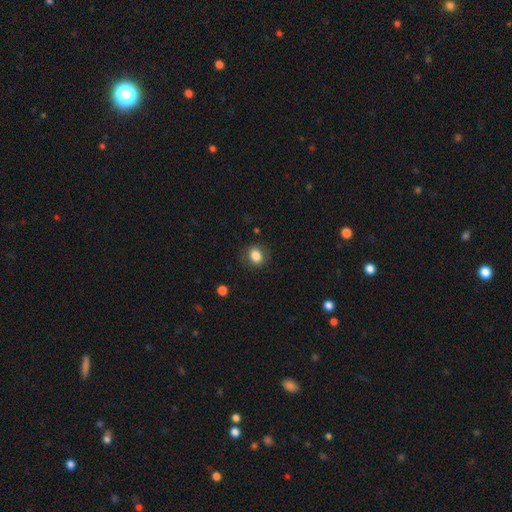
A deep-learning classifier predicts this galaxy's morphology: Smooth or featured? smooth (83%)
How rounded? round (59%)
Merging? none (83%)